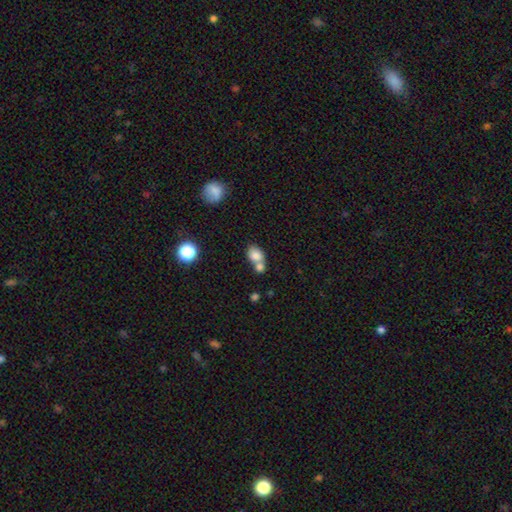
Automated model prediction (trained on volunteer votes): Smooth or featured?
  - smooth: 80% *
  - featured or disk: 10%
  - star or artifact: 10%
How rounded?
  - in between: 58% *
  - round: 40%
  - cigar-shaped: 1%
Merging?
  - merger: 52% *
  - none: 35%
  - minor disturbance: 9%
  - major disturbance: 4%